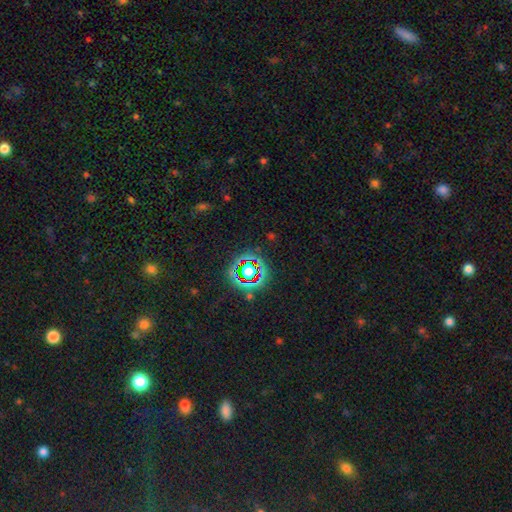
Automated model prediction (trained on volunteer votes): A star or artifact, not a galaxy (76%).